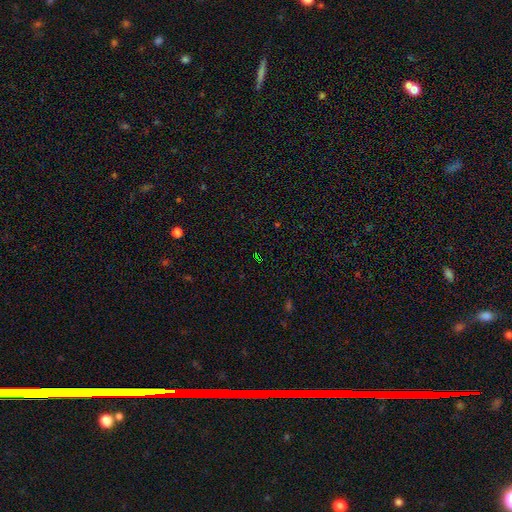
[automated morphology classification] Smooth or featured: star or artifact — 73% (smooth — 17%)